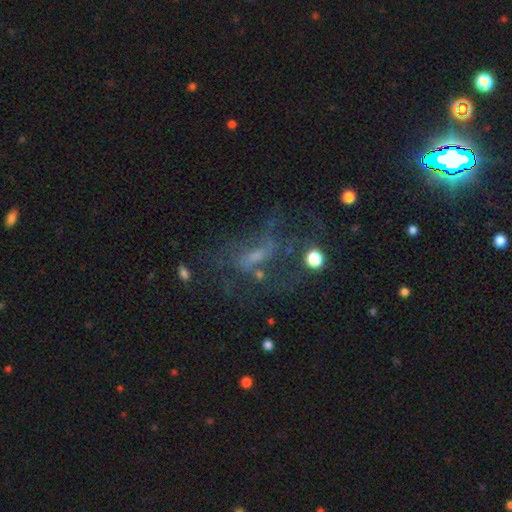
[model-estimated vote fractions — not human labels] Smooth or featured? featured or disk (63%)
Edge-on disk? no (93%)
Bar? no (43%)
Spiral arms? yes (60%)
Bulge size? small (50%)
Merging? none (45%)